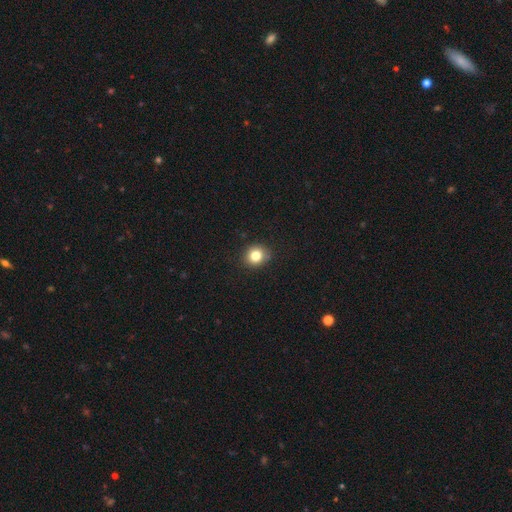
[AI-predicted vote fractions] This appears to be a smooth galaxy with no disk features (82%) that is round (84%). Merging: none (89%).